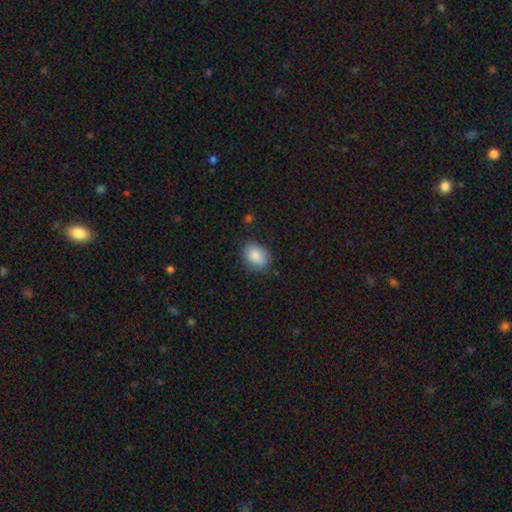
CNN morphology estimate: This appears to be a smooth galaxy with no disk features (87%) that is in between round and cigar-shaped (63%). Merging: none (80%).